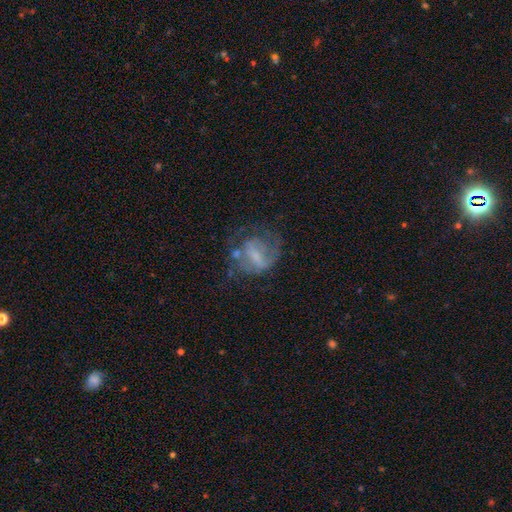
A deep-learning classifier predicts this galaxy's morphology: A featured or disk galaxy (61%) with a weak bar (43%), spiral arms (57%) and no central bulge (35%). Merging: none (40%).